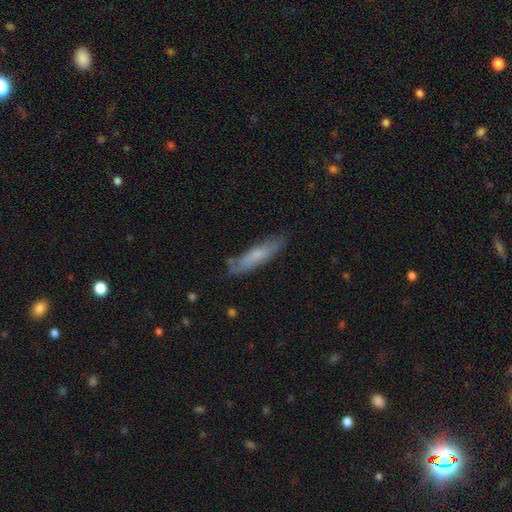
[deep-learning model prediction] Q: Smooth or featured?
A: smooth (66%); runner-up: featured or disk (28%)
Q: How rounded?
A: cigar-shaped (77%); runner-up: in between (22%)
Q: Merging?
A: none (75%); runner-up: minor disturbance (19%)